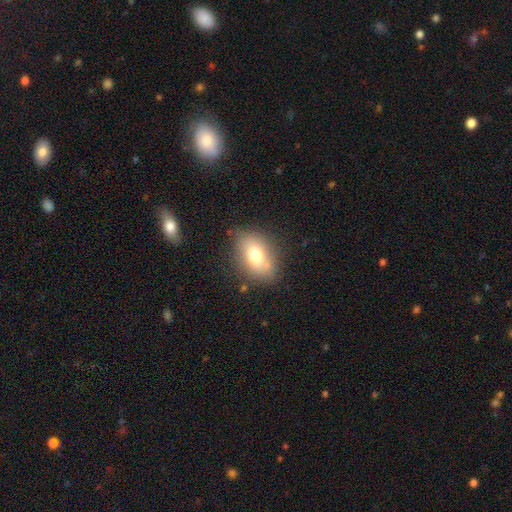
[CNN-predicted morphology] A smooth galaxy with no disk features (70%) that is in between round and cigar-shaped (80%). Merging: none (76%).